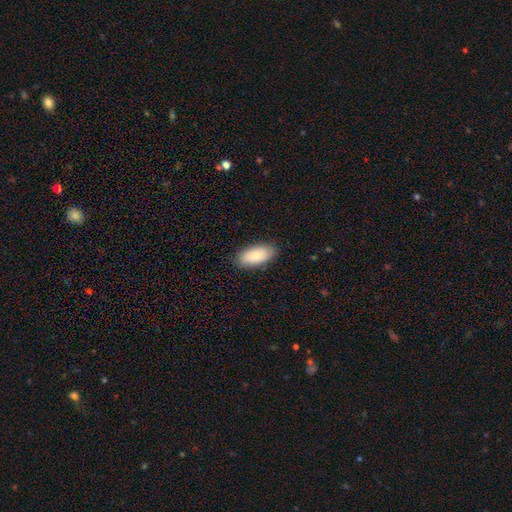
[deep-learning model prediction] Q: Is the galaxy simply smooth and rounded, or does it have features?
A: smooth — 87%.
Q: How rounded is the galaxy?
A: in between — 91%.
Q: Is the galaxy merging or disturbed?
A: none — 87%.